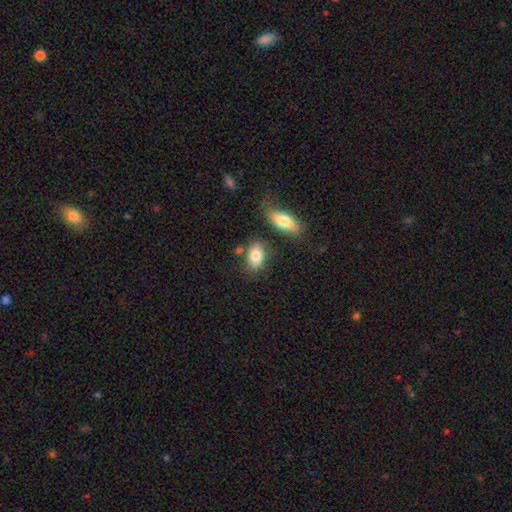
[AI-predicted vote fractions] Morphology: type=smooth (82%); roundness=in between (88%); merging=none (71%).